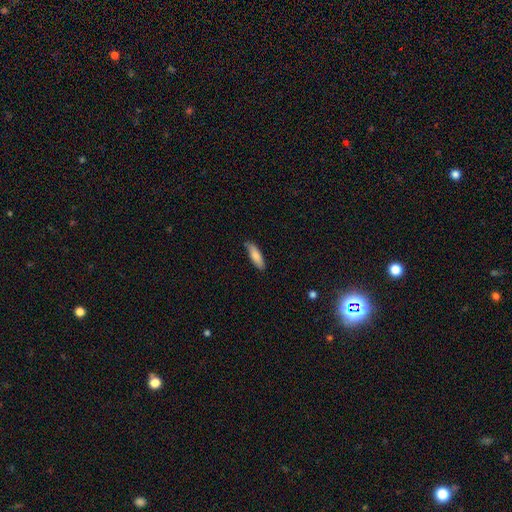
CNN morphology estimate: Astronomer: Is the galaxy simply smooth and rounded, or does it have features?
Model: smooth — 83%.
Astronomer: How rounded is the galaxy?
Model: cigar-shaped — 58% (runner-up: in between, 41%).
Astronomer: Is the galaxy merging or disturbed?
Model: none — 83%.